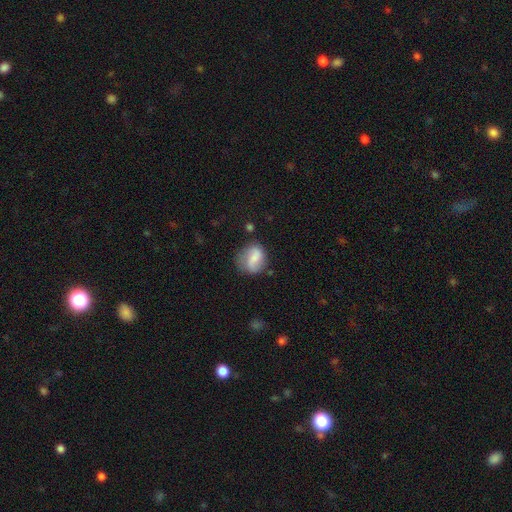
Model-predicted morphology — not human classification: This appears to be a smooth galaxy with no disk features (63%) that is in between round and cigar-shaped (49%). Merging: none (57%).